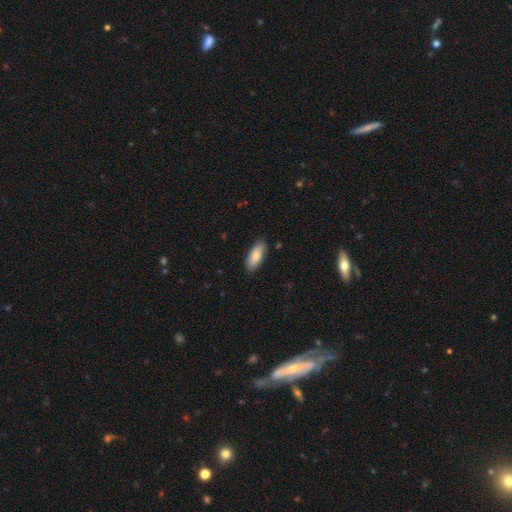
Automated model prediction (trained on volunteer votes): This appears to be a smooth galaxy with no disk features (85%) that is in between round and cigar-shaped (79%). Merging: none (83%).